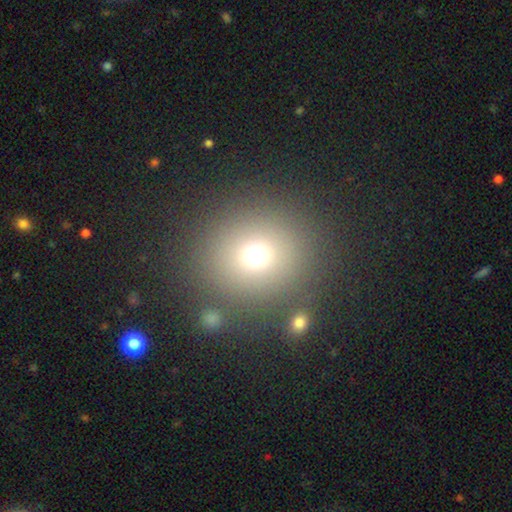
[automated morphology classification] Overall: smooth (71%). How rounded: round (86%). Merging: none (80%).